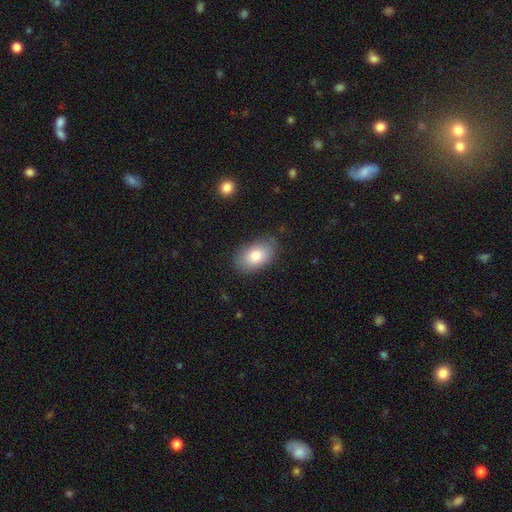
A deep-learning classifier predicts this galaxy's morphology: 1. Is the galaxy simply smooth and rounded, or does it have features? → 77% smooth, 15% featured or disk, 8% star or artifact.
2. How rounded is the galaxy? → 90% in between, 8% round, 1% cigar-shaped.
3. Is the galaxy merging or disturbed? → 81% none, 15% minor disturbance, 3% major disturbance, 1% merger.